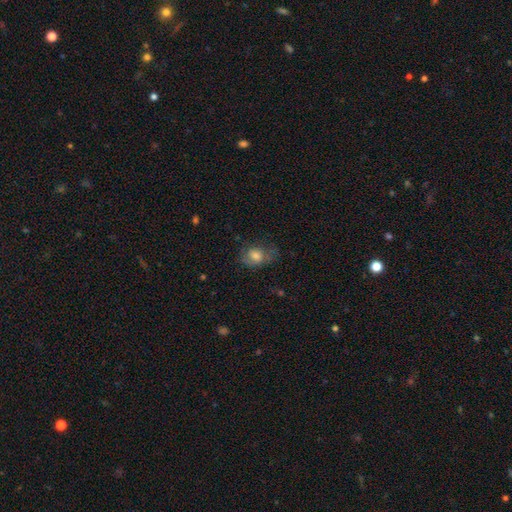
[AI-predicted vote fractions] A smooth galaxy with no disk features (63%) that is in between round and cigar-shaped (64%). Merging: none (53%).